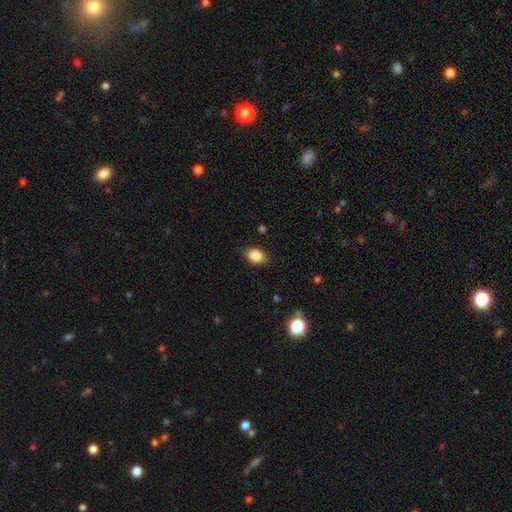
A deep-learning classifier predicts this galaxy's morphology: Q: Smooth or featured?
A: smooth (87%); runner-up: star or artifact (8%)
Q: How rounded?
A: in between (83%); runner-up: round (15%)
Q: Merging?
A: none (86%); runner-up: minor disturbance (11%)